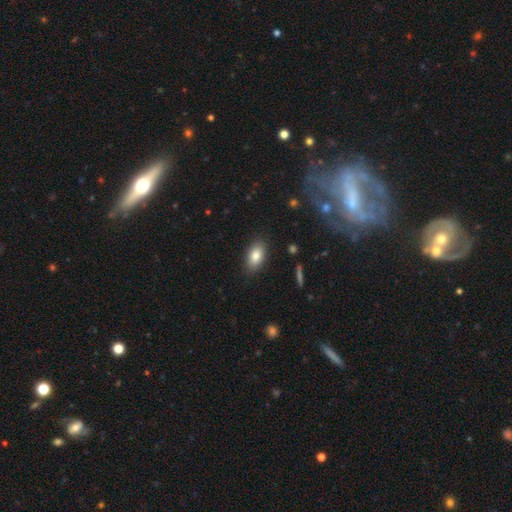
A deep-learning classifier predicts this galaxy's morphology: Q: Smooth or featured?
A: smooth (83%); runner-up: featured or disk (10%)
Q: How rounded?
A: in between (91%); runner-up: round (6%)
Q: Merging?
A: none (86%); runner-up: minor disturbance (10%)